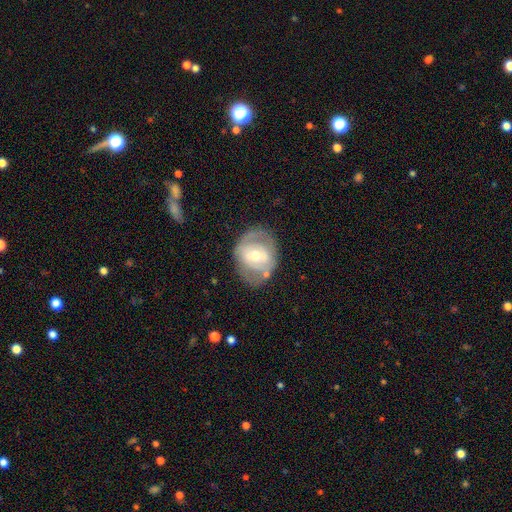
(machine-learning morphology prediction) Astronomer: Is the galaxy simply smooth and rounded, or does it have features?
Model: featured or disk — 62%.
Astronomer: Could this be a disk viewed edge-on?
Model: no — 95%.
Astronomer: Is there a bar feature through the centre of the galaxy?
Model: weak — 41% (runner-up: no, 34%).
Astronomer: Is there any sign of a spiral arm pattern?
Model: no — 54% (runner-up: yes, 46%).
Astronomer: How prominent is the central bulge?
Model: moderate — 62%.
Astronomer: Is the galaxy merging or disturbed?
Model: none — 65%.